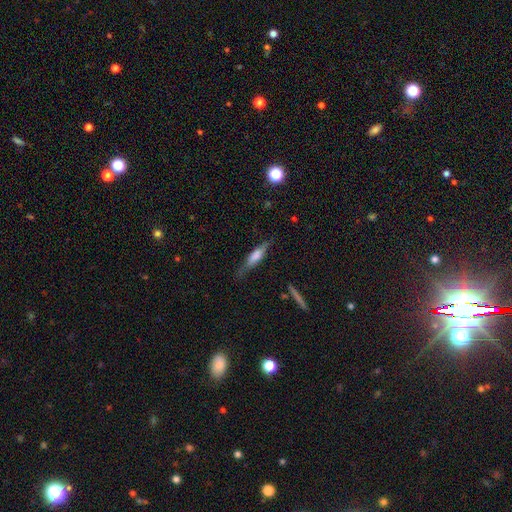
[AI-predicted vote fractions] smooth-or-featured: smooth: 50% | featured or disk: 43% | star or artifact: 7%
  merging: none: 71% | minor disturbance: 21% | major disturbance: 6% | merger: 2%